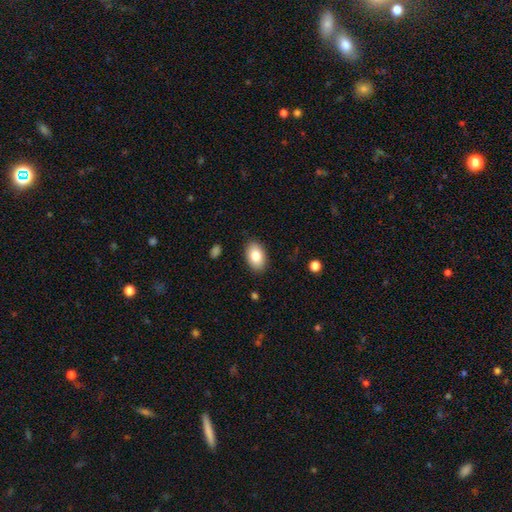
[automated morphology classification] Smooth or featured? Predicted: smooth (p=0.83). How rounded? Predicted: in between (p=0.89). Merging? Predicted: none (p=0.88).